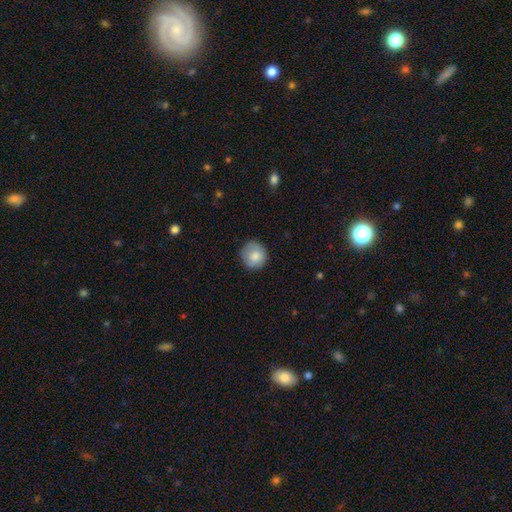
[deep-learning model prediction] smooth-or-featured: smooth: 81% | featured or disk: 12% | star or artifact: 7%
  how-rounded: round: 91% | in between: 8% | cigar-shaped: 1%
  merging: none: 83% | minor disturbance: 13% | major disturbance: 3% | merger: 1%